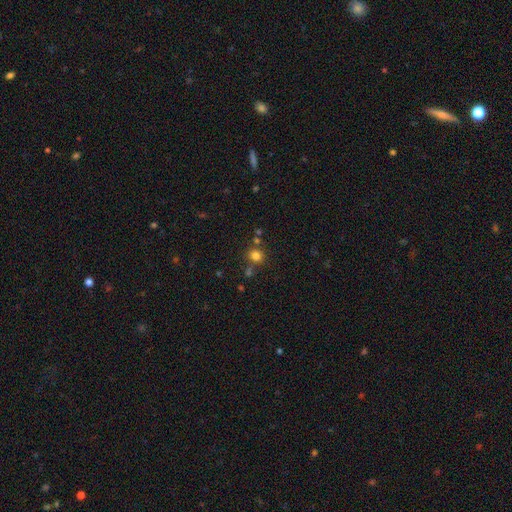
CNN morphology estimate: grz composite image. It shows a smooth galaxy with no disk features (78%) that is round (85%). Merging: none (75%).